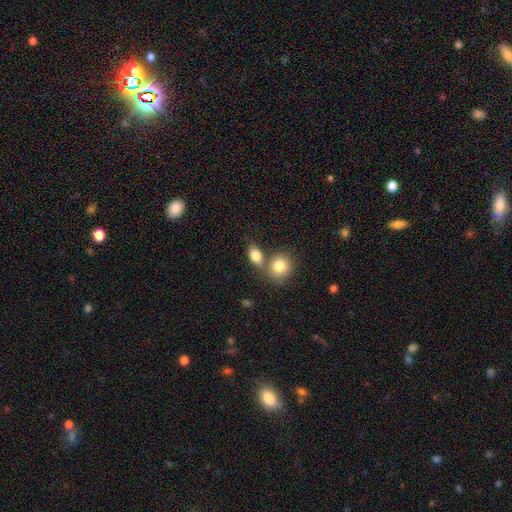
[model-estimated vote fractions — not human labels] Smooth or featured? smooth (83%)
How rounded? in between (73%)
Merging? none (47%)